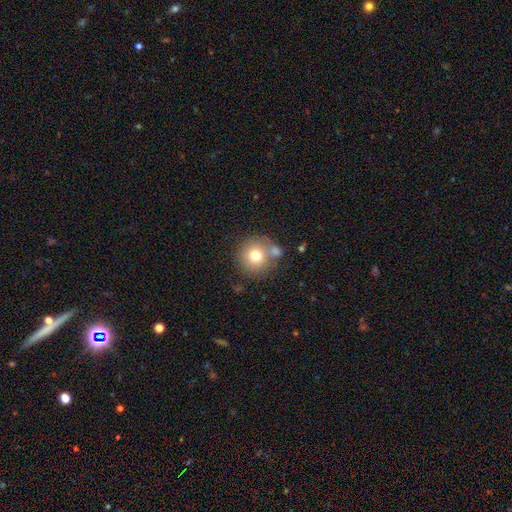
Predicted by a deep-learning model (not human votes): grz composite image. It shows a smooth galaxy with no disk features (73%) that is round (93%). Merging: none (65%).